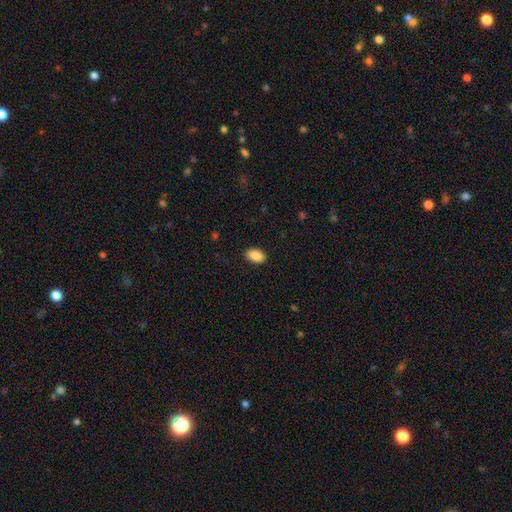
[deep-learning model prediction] This appears to be a smooth galaxy with no disk features (89%) that is in between round and cigar-shaped (89%). Merging: none (89%).